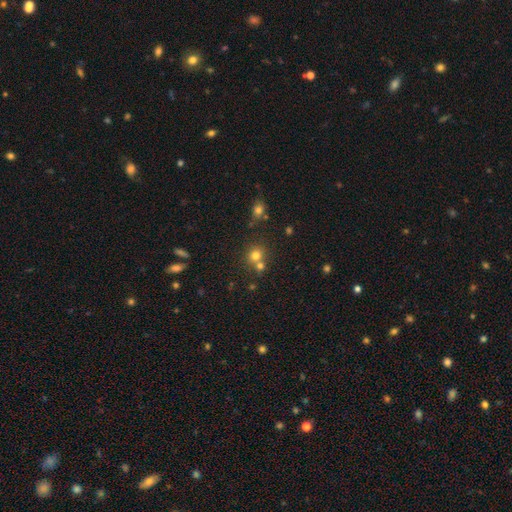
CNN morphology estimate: Smooth or featured: smooth — 72% (star or artifact — 18%)
How rounded: round — 85% (in between — 15%)
Merging: none — 53% (merger — 37%)